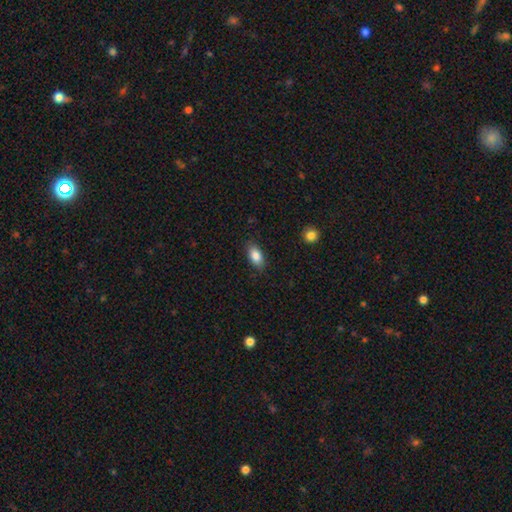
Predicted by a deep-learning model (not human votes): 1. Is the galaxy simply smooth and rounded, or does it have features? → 86% smooth, 7% star or artifact, 7% featured or disk.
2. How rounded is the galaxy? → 91% in between, 5% round, 4% cigar-shaped.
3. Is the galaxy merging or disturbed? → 86% none, 11% minor disturbance, 2% major disturbance, 1% merger.